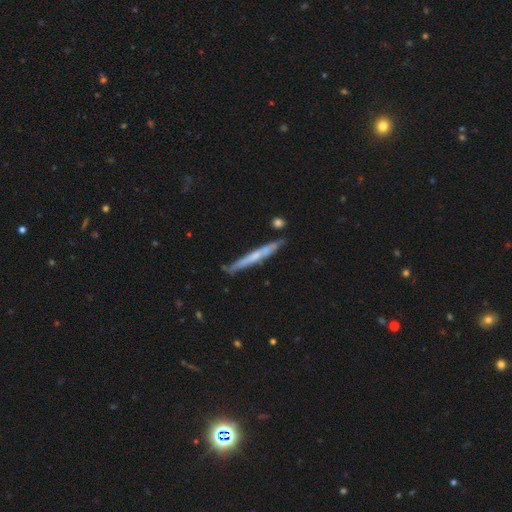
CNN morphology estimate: type=featured or disk (55%); edge-on=yes (91%); edge-on bulge=none (65%); merging=none (77%).